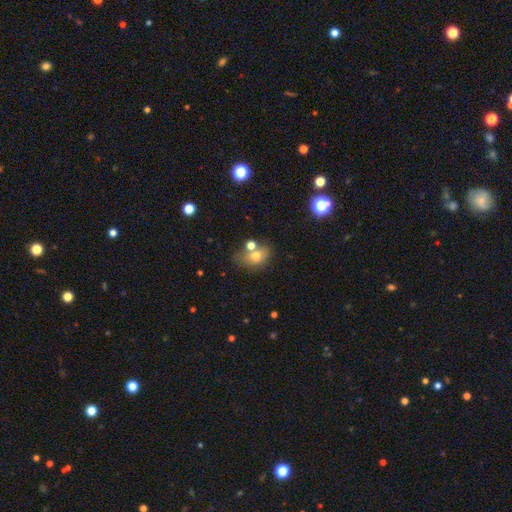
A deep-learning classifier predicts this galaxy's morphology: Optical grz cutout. It shows a smooth galaxy with no disk features (67%) that is in between round and cigar-shaped (66%). Merging: none (48%).